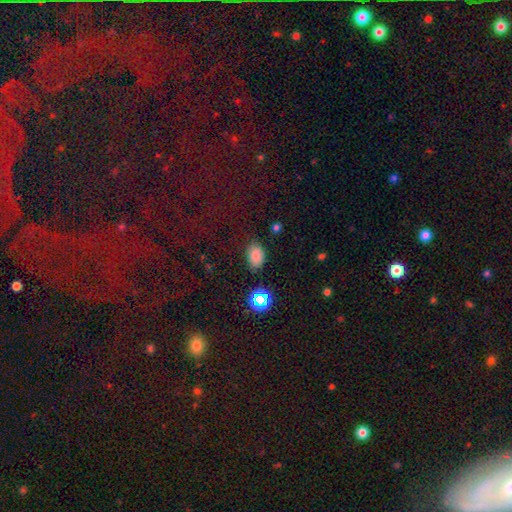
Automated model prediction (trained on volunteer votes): Overall: smooth (77%). How rounded: in between (83%). Merging: none (77%).